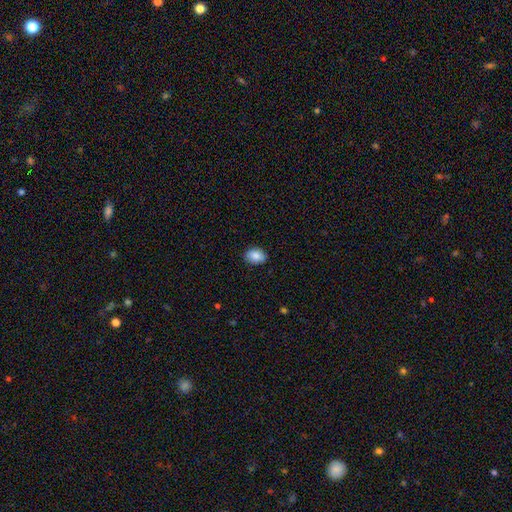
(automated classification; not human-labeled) This appears to be a smooth galaxy with no disk features (86%) that is in between round and cigar-shaped (74%). Merging: none (87%).